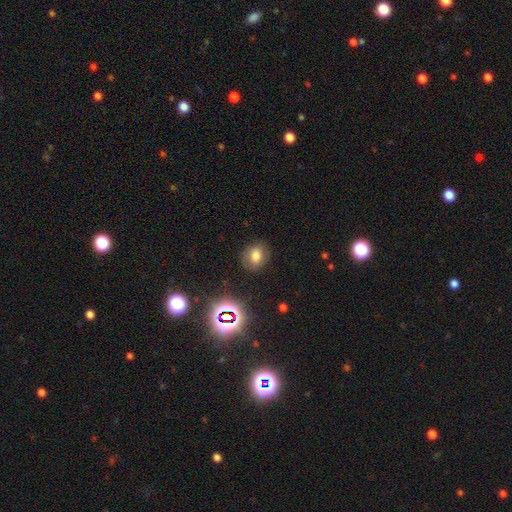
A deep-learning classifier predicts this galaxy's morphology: Q: Smooth or featured?
A: smooth (71%); runner-up: star or artifact (18%)
Q: How rounded?
A: in between (50%); runner-up: round (49%)
Q: Merging?
A: none (83%); runner-up: minor disturbance (12%)